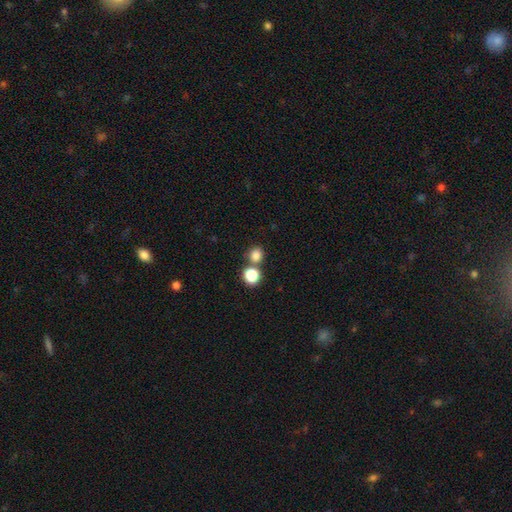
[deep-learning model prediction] Q: Smooth or featured?
A: smooth (82%); runner-up: star or artifact (13%)
Q: How rounded?
A: round (83%); runner-up: in between (16%)
Q: Merging?
A: none (62%); runner-up: merger (29%)